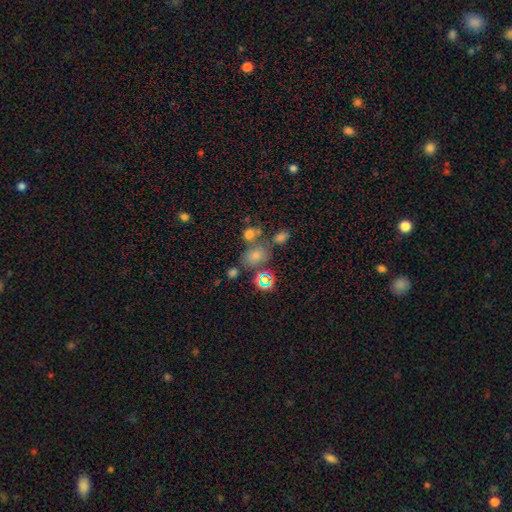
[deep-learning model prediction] Overall: smooth (65%). How rounded: in between (59%; round 39%). Merging: none (53%; merger 26%).